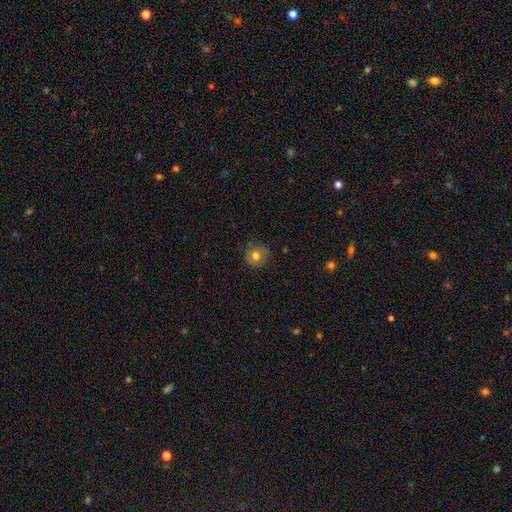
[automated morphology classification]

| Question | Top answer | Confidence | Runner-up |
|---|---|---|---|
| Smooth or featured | smooth | 74% | featured or disk (15%) |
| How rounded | round | 90% | in between (9%) |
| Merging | none | 80% | minor disturbance (15%) |